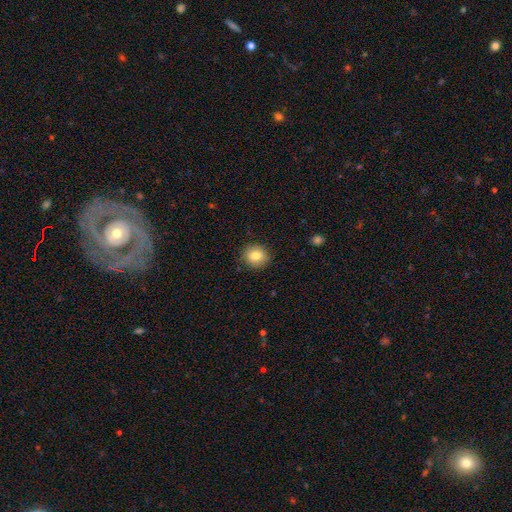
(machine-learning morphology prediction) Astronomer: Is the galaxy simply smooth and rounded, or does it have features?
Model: smooth — 82%.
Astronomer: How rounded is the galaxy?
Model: round — 81%.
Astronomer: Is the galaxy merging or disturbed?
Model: none — 88%.